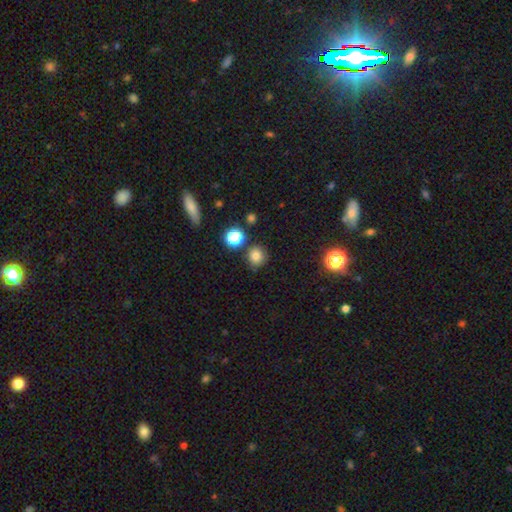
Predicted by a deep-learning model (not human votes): Smooth or featured? smooth (79%)
How rounded? round (87%)
Merging? none (81%)